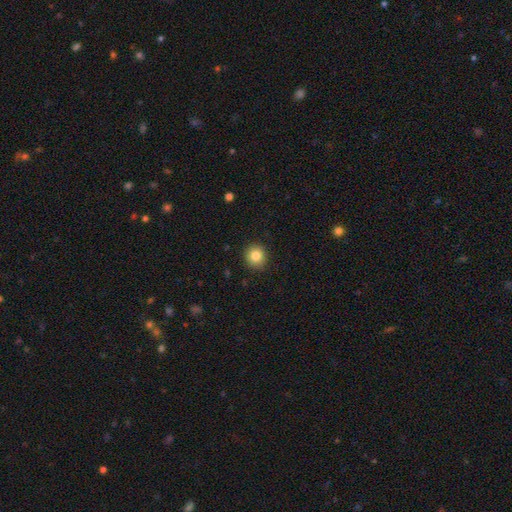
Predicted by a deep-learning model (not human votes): This appears to be a smooth galaxy with no disk features (84%) that is round (92%). Merging: none (91%).